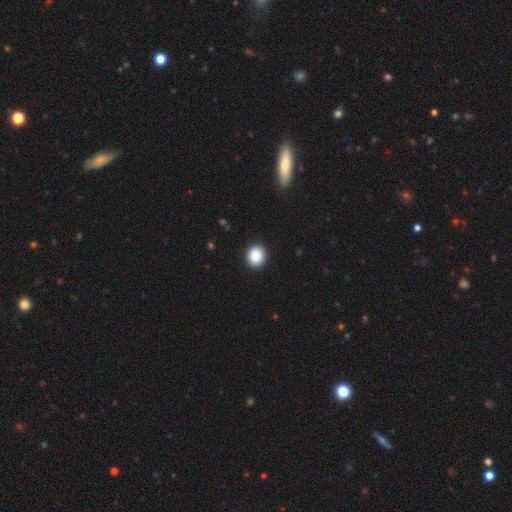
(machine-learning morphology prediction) Smooth or featured? smooth (88%)
How rounded? round (57%)
Merging? none (91%)